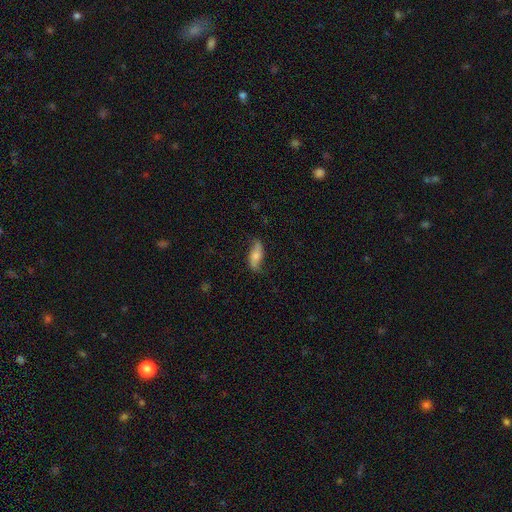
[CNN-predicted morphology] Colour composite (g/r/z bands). It shows a smooth galaxy with no disk features (49%). Merging: none (73%).